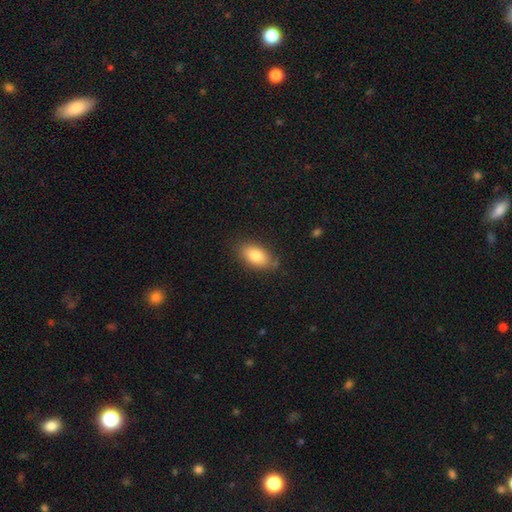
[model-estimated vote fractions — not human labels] A smooth galaxy with no disk features (81%) that is in between round and cigar-shaped (92%).

Vote fractions:
- Smooth or featured? smooth: 81% / featured or disk: 12% / star or artifact: 7%
- How rounded? in between: 92% / round: 5% / cigar-shaped: 3%
- Merging? none: 78% / minor disturbance: 17% / major disturbance: 3% / merger: 2%